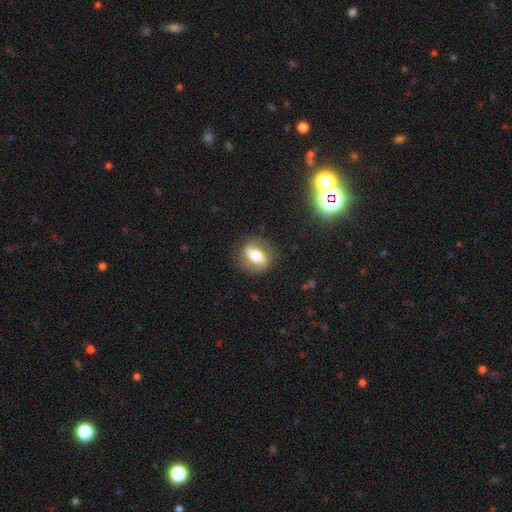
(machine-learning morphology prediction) A featured or disk galaxy (47%).

Vote fractions:
- Smooth or featured? featured or disk: 47% / smooth: 45% / star or artifact: 8%
- Merging? none: 80% / minor disturbance: 13% / major disturbance: 6% / merger: 1%